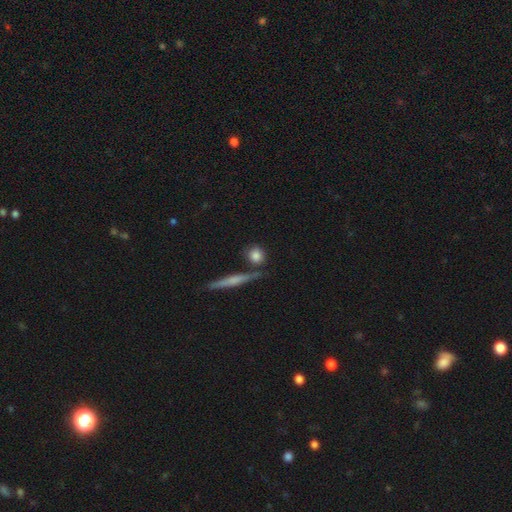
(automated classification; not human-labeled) Smooth or featured? Predicted: smooth (p=0.80). How rounded? Predicted: round (p=0.72). Merging? Predicted: none (p=0.71).